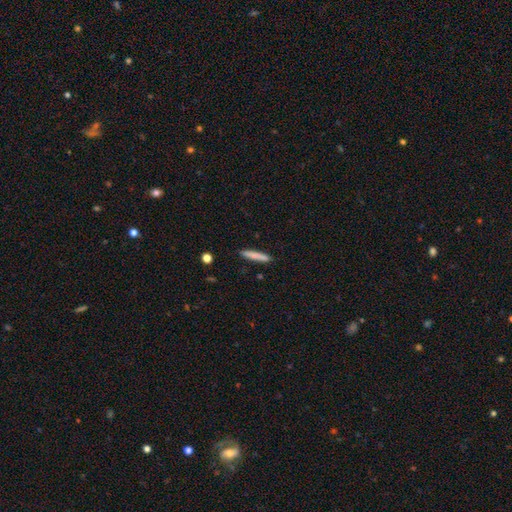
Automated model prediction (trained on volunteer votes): Q: Smooth or featured?
A: smooth (78%); runner-up: featured or disk (16%)
Q: How rounded?
A: cigar-shaped (93%); runner-up: in between (5%)
Q: Merging?
A: none (88%); runner-up: minor disturbance (9%)